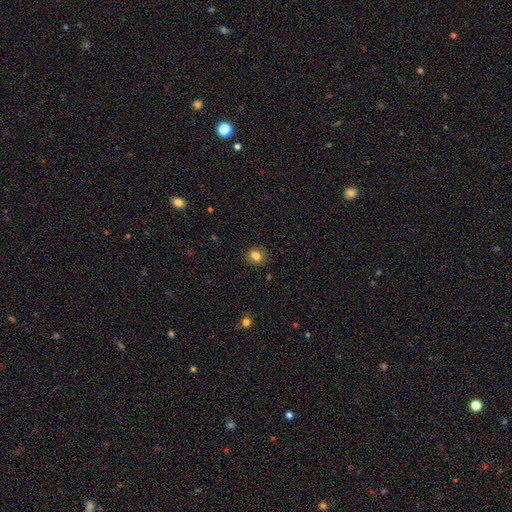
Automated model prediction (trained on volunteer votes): Smooth or featured? smooth (81%)
How rounded? round (52%)
Merging? none (85%)